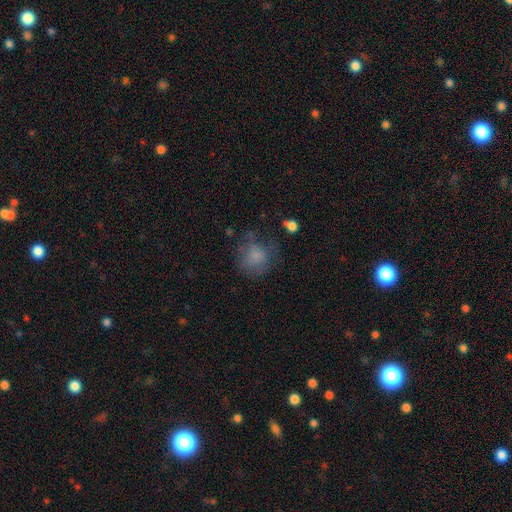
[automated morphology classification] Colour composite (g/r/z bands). It shows a smooth galaxy with no disk features (73%) that is round (80%). Merging: none (55%).